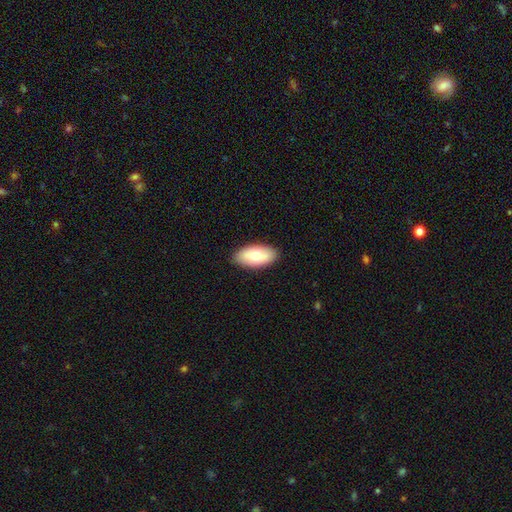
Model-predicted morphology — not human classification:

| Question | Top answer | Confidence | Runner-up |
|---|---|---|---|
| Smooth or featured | smooth | 76% | featured or disk (19%) |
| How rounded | in between | 94% | cigar-shaped (4%) |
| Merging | none | 88% | minor disturbance (9%) |